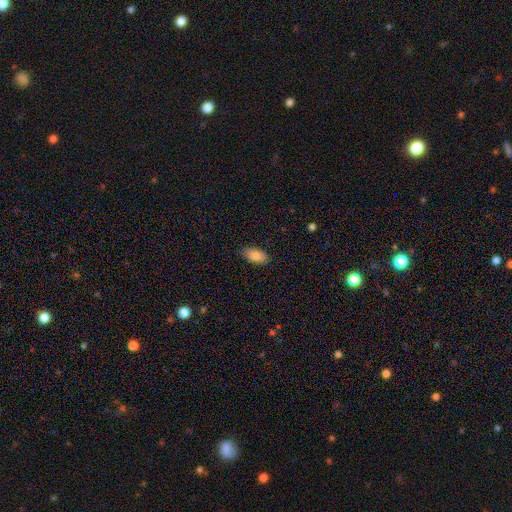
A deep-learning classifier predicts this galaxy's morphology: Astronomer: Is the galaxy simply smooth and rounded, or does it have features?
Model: smooth — 86%.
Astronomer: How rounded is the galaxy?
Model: in between — 93%.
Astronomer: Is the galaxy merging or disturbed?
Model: none — 84%.